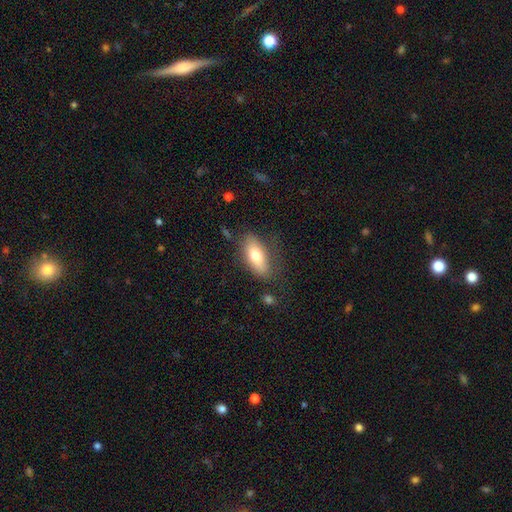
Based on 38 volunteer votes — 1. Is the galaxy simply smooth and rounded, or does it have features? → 66% smooth, 26% featured or disk, 8% star or artifact.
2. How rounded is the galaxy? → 68% in between, 28% cigar-shaped, 4% round.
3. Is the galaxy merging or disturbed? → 63% none, 17% minor disturbance, 11% major disturbance, 9% merger.